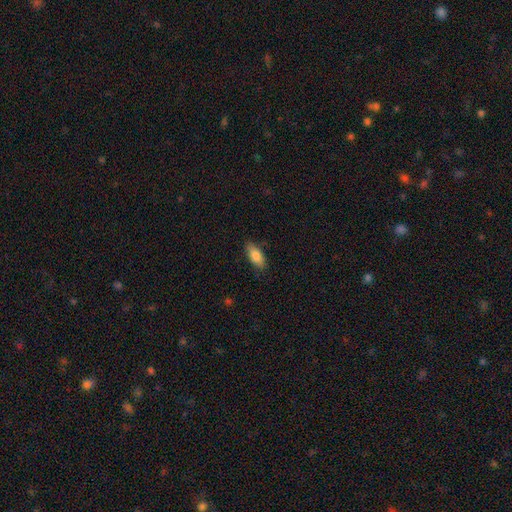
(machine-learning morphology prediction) smooth-or-featured: smooth: 84% | featured or disk: 9% | star or artifact: 7%
  how-rounded: in between: 83% | cigar-shaped: 15% | round: 2%
  merging: none: 82% | minor disturbance: 14% | major disturbance: 3% | merger: 1%